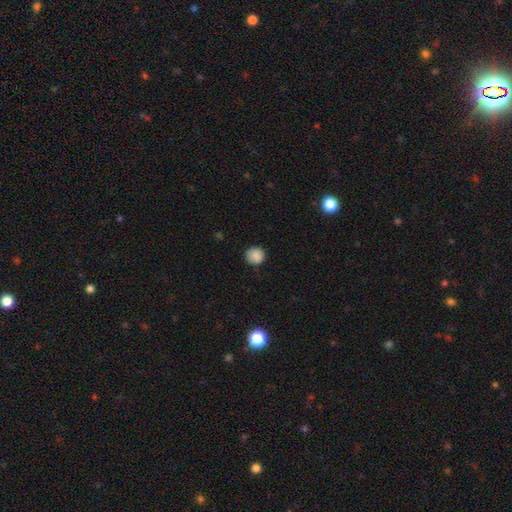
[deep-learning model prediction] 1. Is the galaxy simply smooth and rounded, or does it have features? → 87% smooth, 9% star or artifact, 4% featured or disk.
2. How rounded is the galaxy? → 91% round, 8% in between, 1% cigar-shaped.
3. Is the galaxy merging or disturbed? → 83% none, 13% minor disturbance, 3% major disturbance, 1% merger.